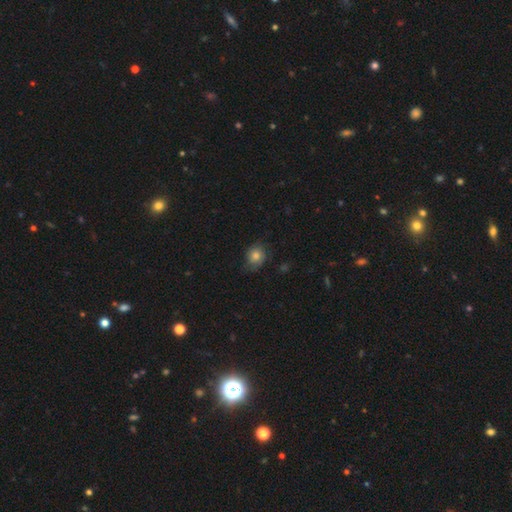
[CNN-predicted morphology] Smooth or featured? smooth (79%)
How rounded? round (67%)
Merging? none (65%)